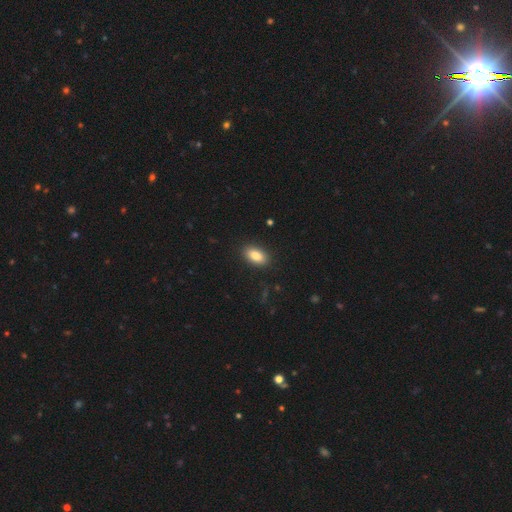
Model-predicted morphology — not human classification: Smooth or featured?
  - smooth: 85% *
  - star or artifact: 8%
  - featured or disk: 7%
How rounded?
  - in between: 91% *
  - round: 6%
  - cigar-shaped: 3%
Merging?
  - none: 89% *
  - minor disturbance: 8%
  - major disturbance: 2%
  - merger: 1%